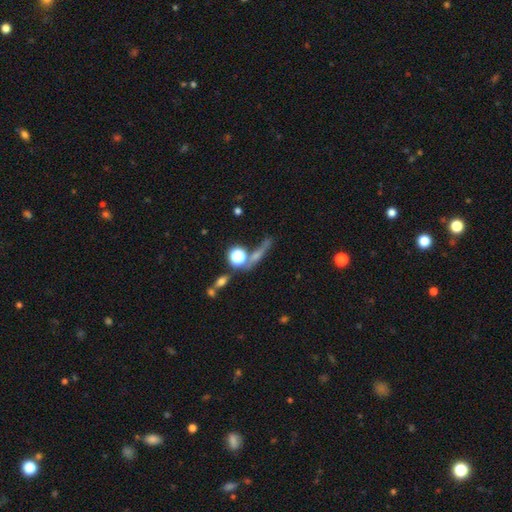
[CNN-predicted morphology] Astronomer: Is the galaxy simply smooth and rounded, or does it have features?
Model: smooth — 41% (runner-up: star or artifact, 30%).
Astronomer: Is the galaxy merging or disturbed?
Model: none — 59%.